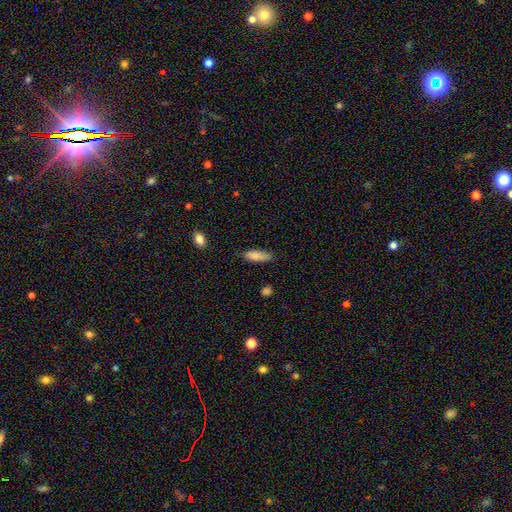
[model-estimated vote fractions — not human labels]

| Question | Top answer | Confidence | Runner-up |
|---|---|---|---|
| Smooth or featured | smooth | 83% | featured or disk (10%) |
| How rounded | in between | 63% | cigar-shaped (35%) |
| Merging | none | 72% | minor disturbance (22%) |